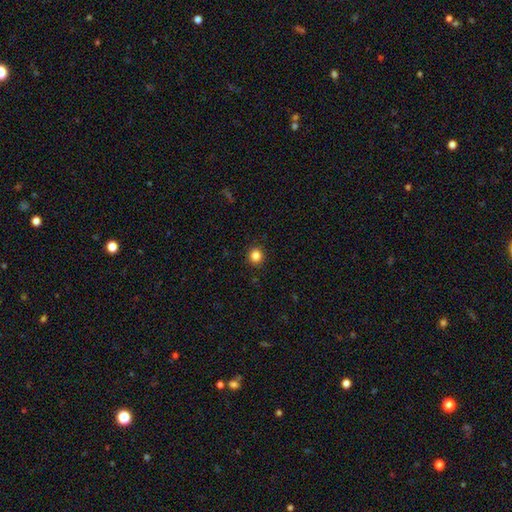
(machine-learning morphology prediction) Smooth or featured? smooth (85%)
How rounded? round (90%)
Merging? none (92%)